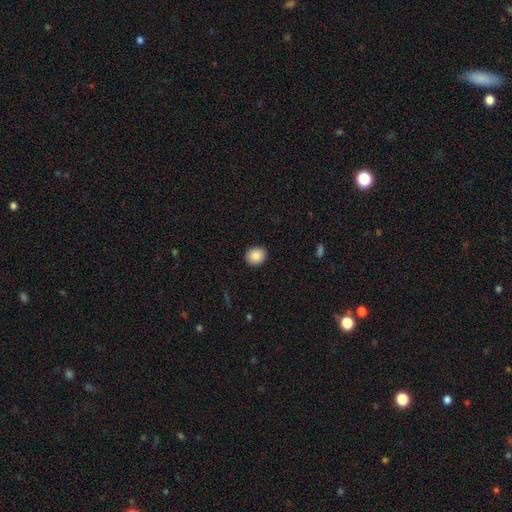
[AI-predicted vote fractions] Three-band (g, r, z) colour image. It shows a smooth galaxy with no disk features (87%) that is round (71%). Merging: none (91%).